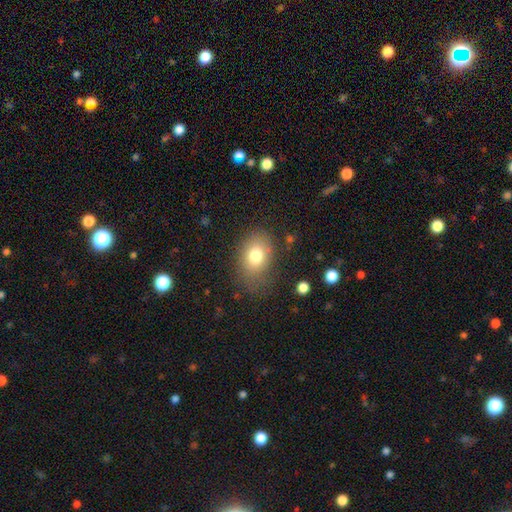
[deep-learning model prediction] This is likely a smooth galaxy (77%). How rounded: likely in between (74%). Merging: likely none (69%).